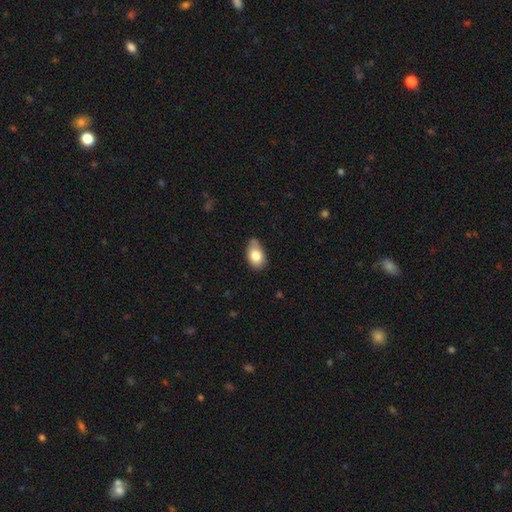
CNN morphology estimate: This appears to be a smooth galaxy with no disk features (81%) that is in between round and cigar-shaped (88%). Merging: none (59%).